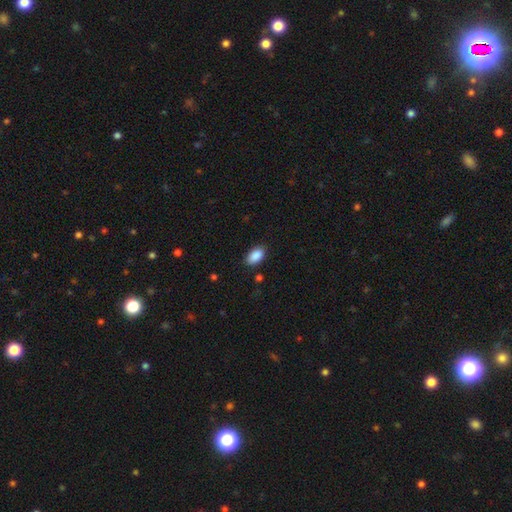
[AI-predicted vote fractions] Q: Smooth or featured?
A: smooth (89%); runner-up: star or artifact (7%)
Q: How rounded?
A: in between (93%); runner-up: round (5%)
Q: Merging?
A: none (85%); runner-up: minor disturbance (11%)